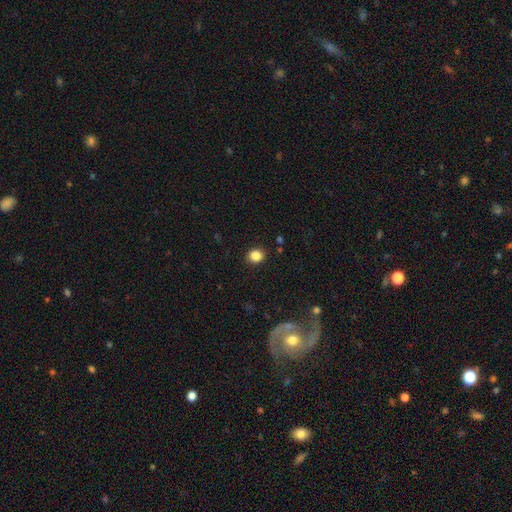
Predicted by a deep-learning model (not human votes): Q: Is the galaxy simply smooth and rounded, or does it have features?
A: smooth — 86%.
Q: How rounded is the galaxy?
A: round — 77%.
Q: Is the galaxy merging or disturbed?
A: none — 89%.